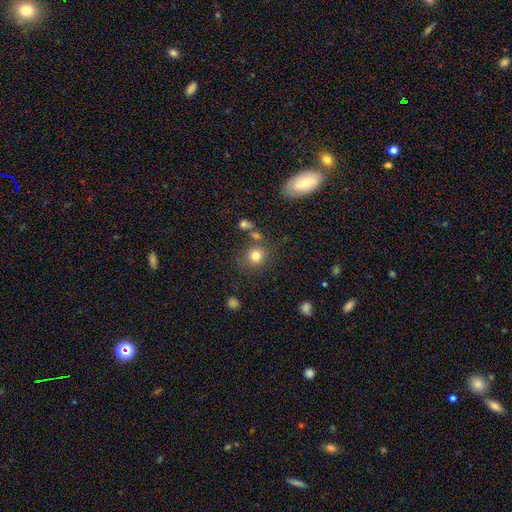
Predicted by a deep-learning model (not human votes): This appears to be a smooth galaxy with no disk features (79%) that is round (86%). Merging: none (73%).